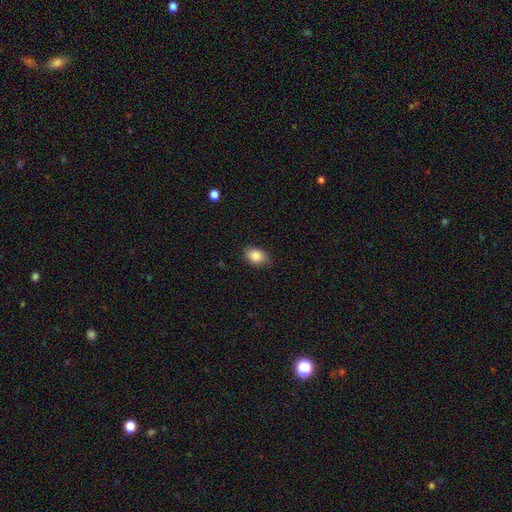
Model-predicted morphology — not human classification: smooth 87%, star or artifact 8%, featured or disk 6%. Down the decision tree: how rounded — in between (79%); merging — none (77%).